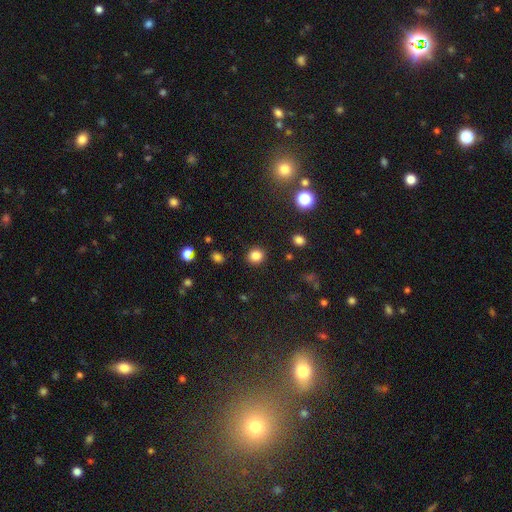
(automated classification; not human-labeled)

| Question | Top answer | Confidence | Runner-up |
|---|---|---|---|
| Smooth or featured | smooth | 83% | star or artifact (12%) |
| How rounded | round | 82% | in between (17%) |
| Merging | none | 90% | minor disturbance (6%) |